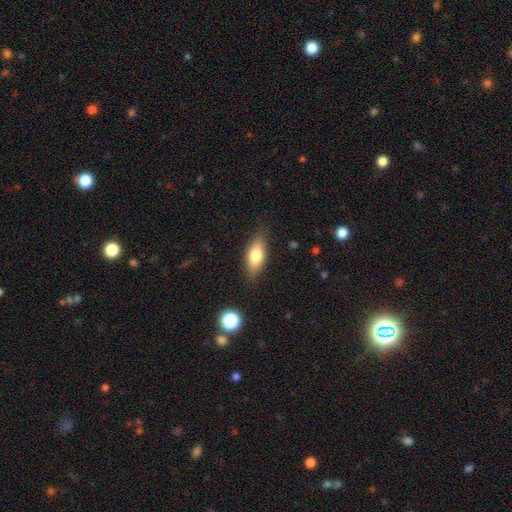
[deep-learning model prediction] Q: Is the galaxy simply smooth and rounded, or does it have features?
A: smooth — 71%.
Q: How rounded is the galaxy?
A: in between — 74%.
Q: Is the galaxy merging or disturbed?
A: none — 82%.